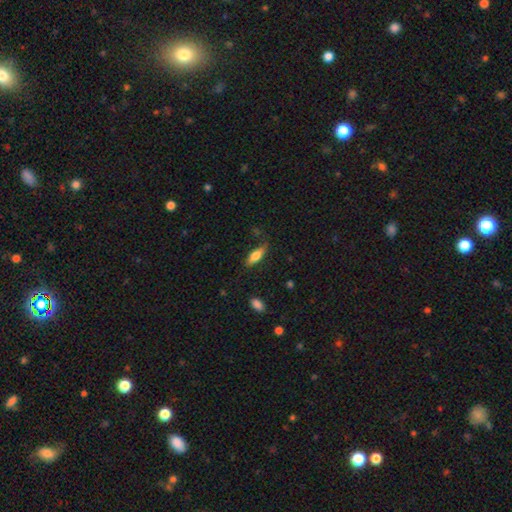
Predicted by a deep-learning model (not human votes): This appears to be a smooth galaxy with no disk features (70%) that is in between round and cigar-shaped (60%). Merging: none (72%).